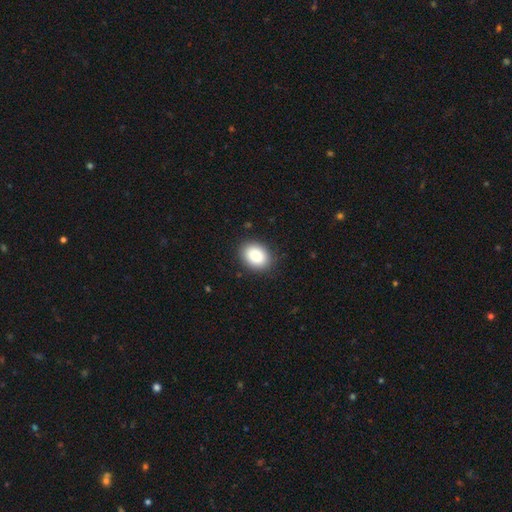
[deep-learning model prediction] Smooth or featured?
  - smooth: 89% *
  - star or artifact: 7%
  - featured or disk: 4%
How rounded?
  - in between: 68% *
  - round: 31%
  - cigar-shaped: 1%
Merging?
  - none: 87% *
  - minor disturbance: 9%
  - major disturbance: 3%
  - merger: 1%